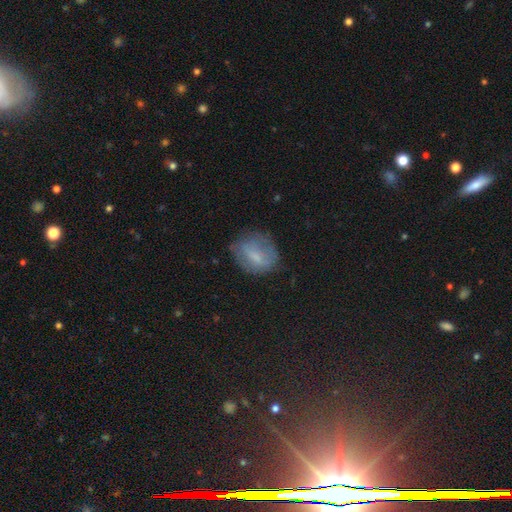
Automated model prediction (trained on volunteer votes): smooth-or-featured: smooth: 57% | featured or disk: 33% | star or artifact: 10%
  how-rounded: in between: 53% | round: 45% | cigar-shaped: 3%
  merging: none: 63% | minor disturbance: 24% | major disturbance: 11% | merger: 2%